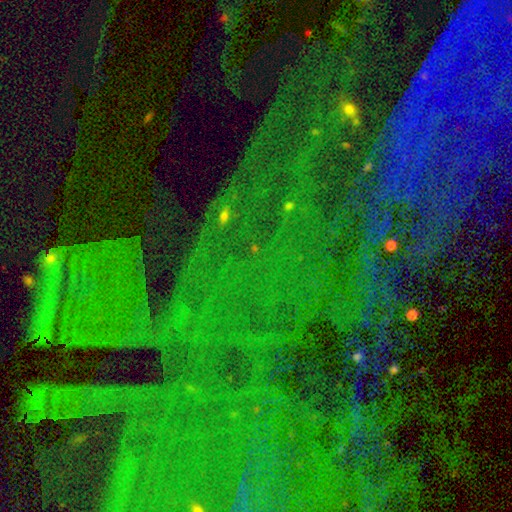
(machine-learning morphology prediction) Smooth or featured: star or artifact — 83% (featured or disk — 9%)